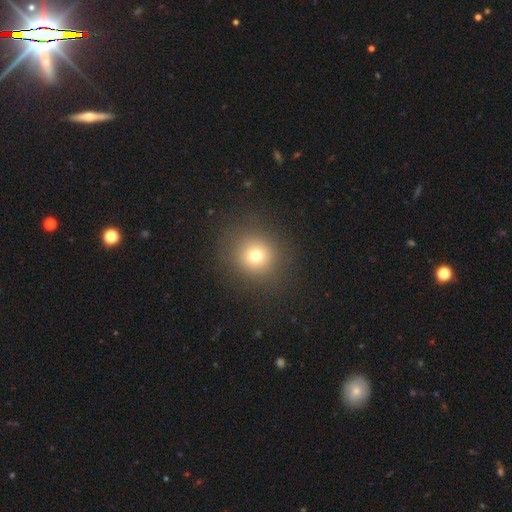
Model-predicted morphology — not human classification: Q: Smooth or featured?
A: smooth (71%); runner-up: star or artifact (18%)
Q: How rounded?
A: round (90%); runner-up: in between (9%)
Q: Merging?
A: none (86%); runner-up: minor disturbance (8%)